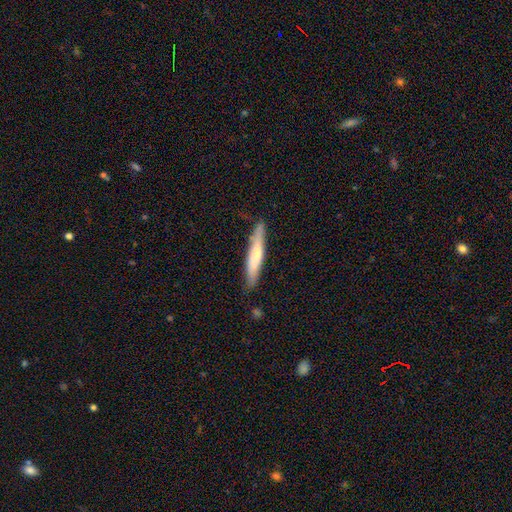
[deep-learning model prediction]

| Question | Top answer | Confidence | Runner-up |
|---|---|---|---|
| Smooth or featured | smooth | 62% | featured or disk (33%) |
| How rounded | cigar-shaped | 92% | in between (7%) |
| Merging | none | 81% | minor disturbance (15%) |